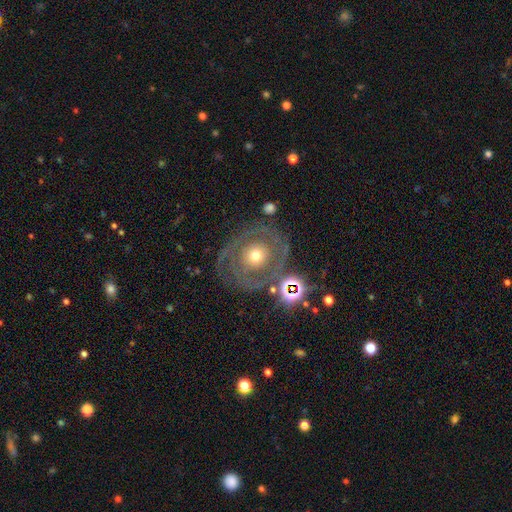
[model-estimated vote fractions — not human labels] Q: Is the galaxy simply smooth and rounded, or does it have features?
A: featured or disk — 78%.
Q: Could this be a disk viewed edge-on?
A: no — 97%.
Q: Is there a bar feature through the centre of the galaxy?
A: no — 78%.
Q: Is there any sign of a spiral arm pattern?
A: yes — 83%.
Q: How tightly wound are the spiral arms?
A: tight — 71%.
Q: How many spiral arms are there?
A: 2 — 46%.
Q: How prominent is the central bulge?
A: moderate — 61%.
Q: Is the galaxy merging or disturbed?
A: none — 73%.